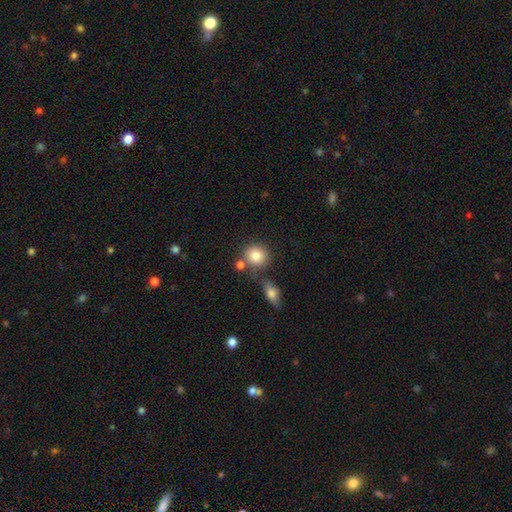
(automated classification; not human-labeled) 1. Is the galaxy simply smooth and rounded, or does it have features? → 83% smooth, 9% star or artifact, 8% featured or disk.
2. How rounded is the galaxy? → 82% round, 17% in between, 1% cigar-shaped.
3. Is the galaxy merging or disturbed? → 64% none, 21% merger, 11% minor disturbance, 4% major disturbance.